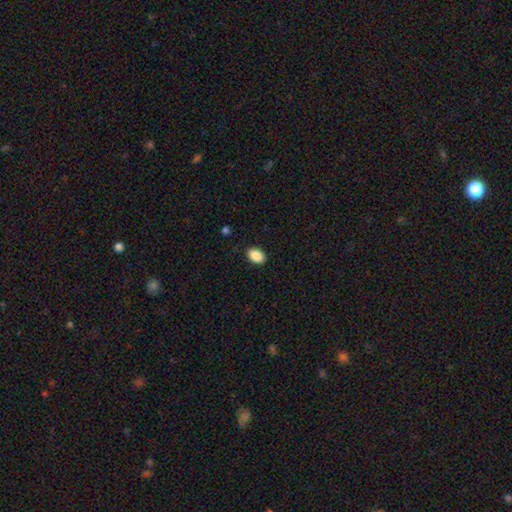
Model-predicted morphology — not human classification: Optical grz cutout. It shows a smooth galaxy with no disk features (89%) that is in between round and cigar-shaped (81%). Merging: none (88%).